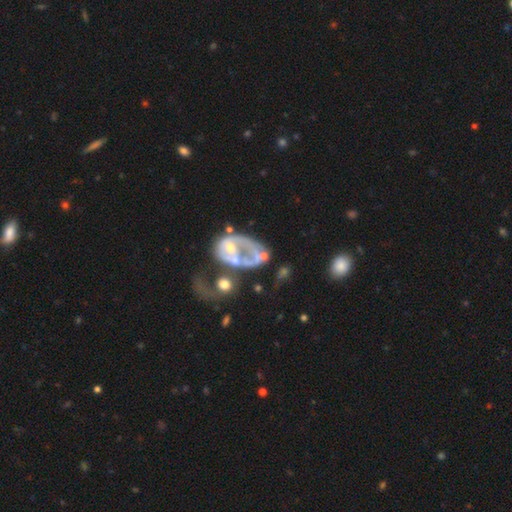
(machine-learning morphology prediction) Overall: featured or disk (64%; smooth 25%). Edge-on disk: no (98%). Bar: no (84%). Spiral arms: no (76%). Bulge size: none (38%; moderate 32%). Merging: merger (40%; major disturbance 35%).